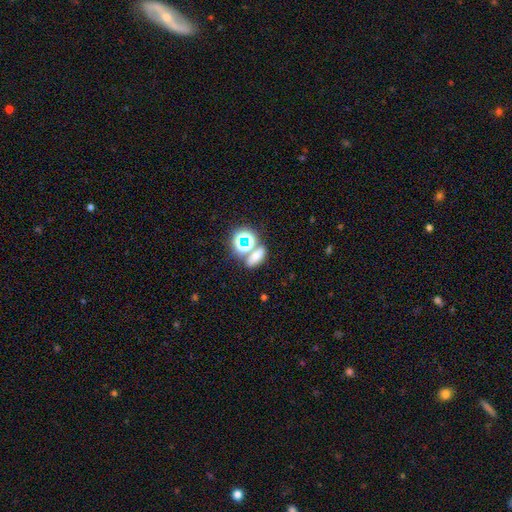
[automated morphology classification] Q: Smooth or featured?
A: smooth (57%); runner-up: star or artifact (31%)
Q: How rounded?
A: in between (65%); runner-up: round (25%)
Q: Merging?
A: none (56%); runner-up: merger (28%)